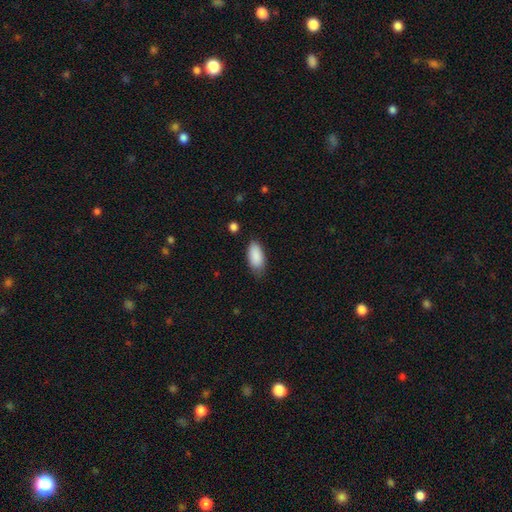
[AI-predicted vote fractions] smooth-or-featured: smooth: 89% | star or artifact: 6% | featured or disk: 4%
  how-rounded: in between: 92% | cigar-shaped: 6% | round: 2%
  merging: none: 76% | minor disturbance: 19% | major disturbance: 3% | merger: 2%